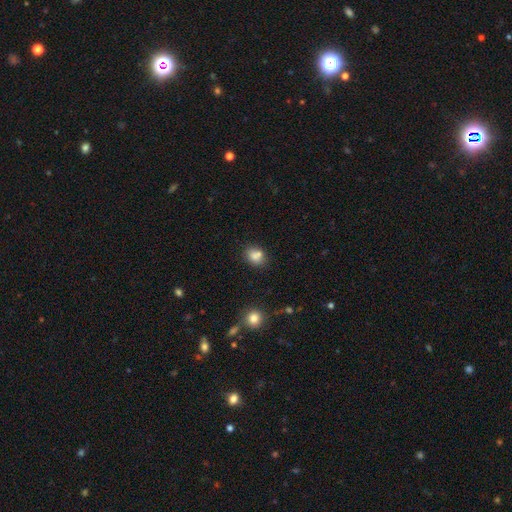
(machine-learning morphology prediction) A smooth galaxy with no disk features (79%) that is in between round and cigar-shaped (52%). Merging: none (58%).